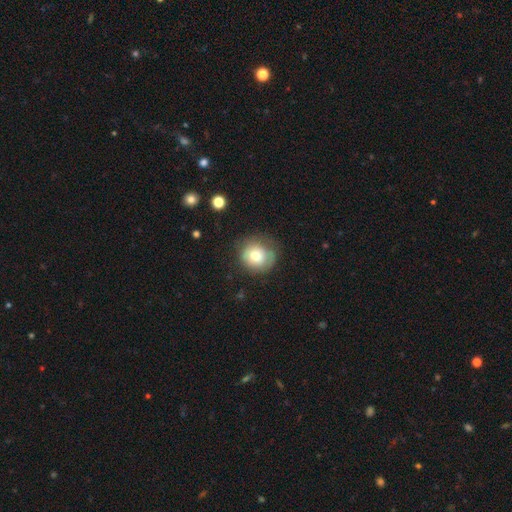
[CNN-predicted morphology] Smooth or featured?
  - smooth: 72% *
  - featured or disk: 20%
  - star or artifact: 9%
How rounded?
  - round: 84% *
  - in between: 15%
  - cigar-shaped: 1%
Merging?
  - none: 65% *
  - minor disturbance: 24%
  - major disturbance: 10%
  - merger: 2%